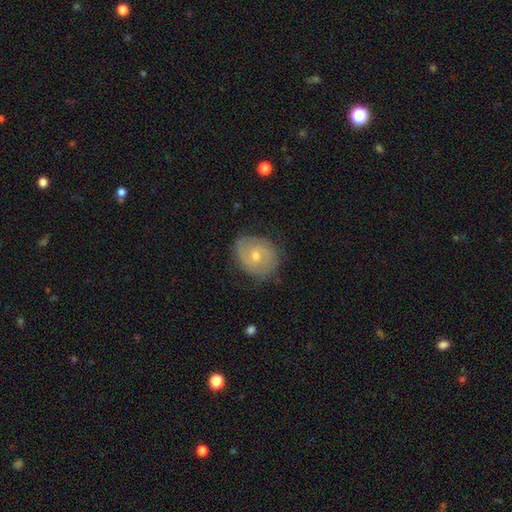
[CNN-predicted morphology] This is likely a featured or disk galaxy (61%). It is clearly not viewed edge-on (97%). Bar: likely no (68%). Spiral arm pattern: likely yes (78%). Central bulge: possibly moderate (51%). Merging: likely none (74%).